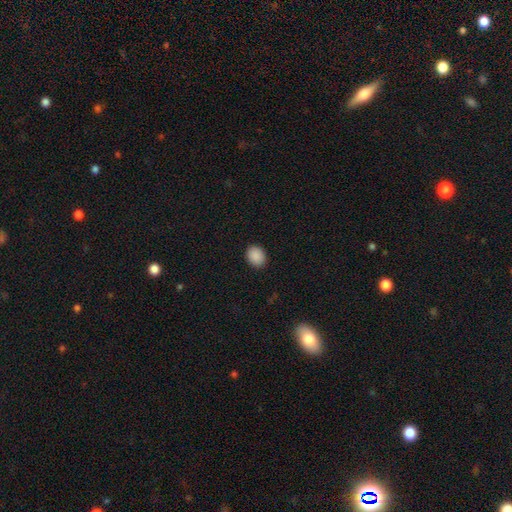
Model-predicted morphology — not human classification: smooth 89%, star or artifact 8%, featured or disk 2%. Down the decision tree: how rounded — round (54%); merging — none (90%).